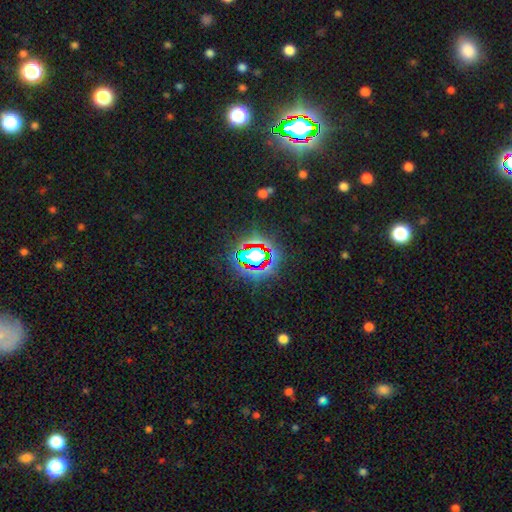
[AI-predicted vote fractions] Smooth or featured?
  - star or artifact: 69% *
  - smooth: 20%
  - featured or disk: 11%